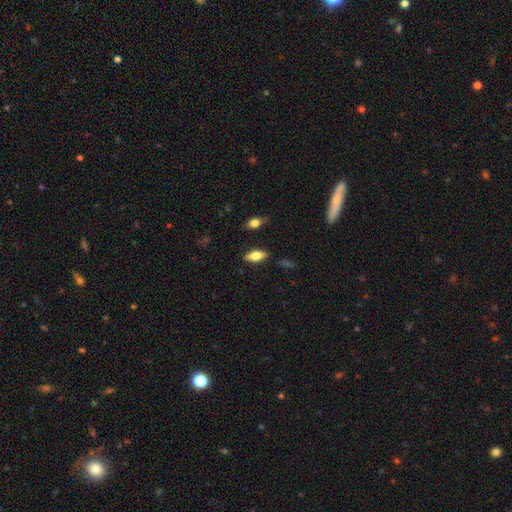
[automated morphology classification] type=smooth (68%); roundness=in between (79%); merging=none (84%).